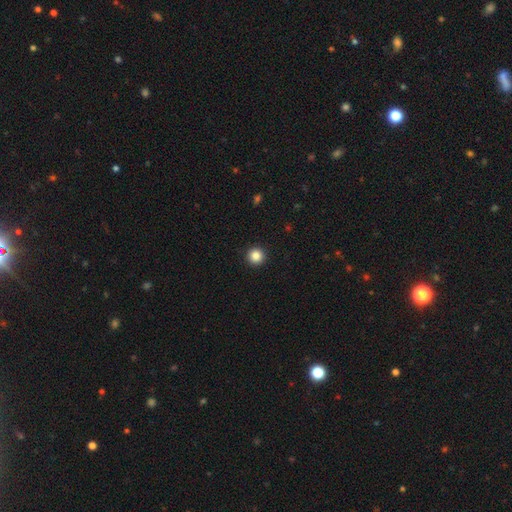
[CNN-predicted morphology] type=smooth (85%); roundness=round (96%); merging=none (93%).